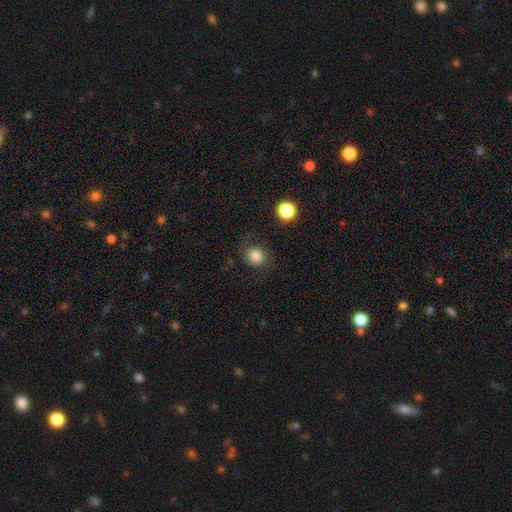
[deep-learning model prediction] smooth_or_featured: smooth (p=0.82) [alt: star or artifact p=0.11]
how_rounded: round (p=0.85) [alt: in between p=0.14]
merging: none (p=0.79) [alt: minor disturbance p=0.14]